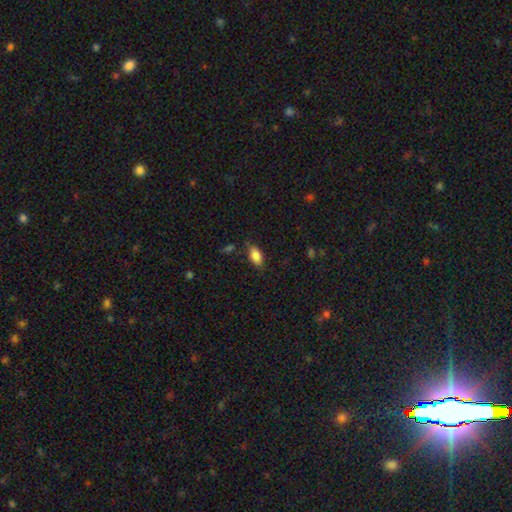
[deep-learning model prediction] This appears to be a smooth galaxy with no disk features (86%) that is in between round and cigar-shaped (91%). Merging: none (77%).